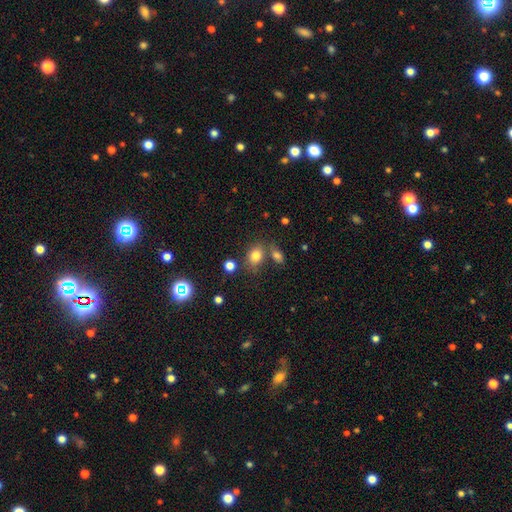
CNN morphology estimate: The model was most divided on "how rounded": in between: 59%, round: 39%, cigar-shaped: 1%. More confident: smooth or featured — smooth (79%); merging — none (64%).